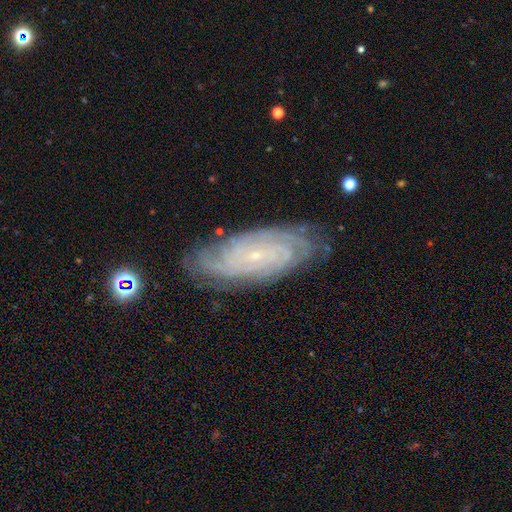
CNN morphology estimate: Smooth or featured? Predicted: featured or disk (p=0.83). Edge-on disk? Predicted: no (p=0.92). Bar? Predicted: no (p=0.75). Spiral arms? Predicted: yes (p=0.97). Spiral winding? Predicted: tight (p=0.80). Spiral arm count? Predicted: can't tell (p=0.34). Bulge size? Predicted: small (p=0.89). Merging? Predicted: none (p=0.80).